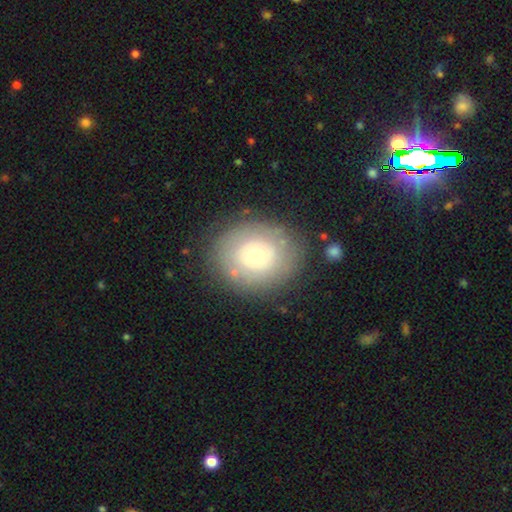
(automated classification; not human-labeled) Q: Smooth or featured?
A: smooth (59%); runner-up: featured or disk (33%)
Q: How rounded?
A: round (74%); runner-up: in between (26%)
Q: Merging?
A: none (79%); runner-up: minor disturbance (12%)